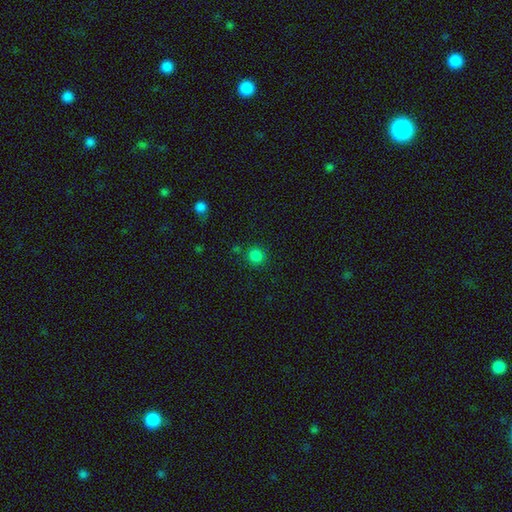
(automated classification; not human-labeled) Smooth or featured? smooth (82%)
How rounded? round (92%)
Merging? none (85%)